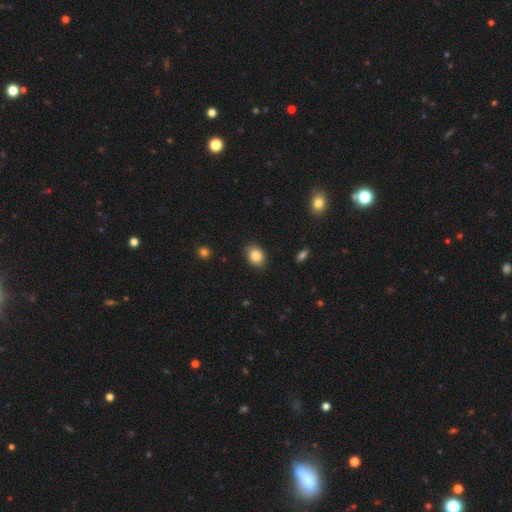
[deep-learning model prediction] Smooth or featured? Predicted: smooth (p=0.85). How rounded? Predicted: in between (p=0.62). Merging? Predicted: none (p=0.87).